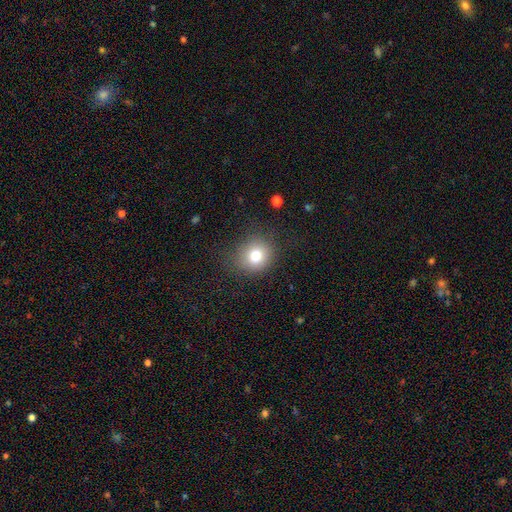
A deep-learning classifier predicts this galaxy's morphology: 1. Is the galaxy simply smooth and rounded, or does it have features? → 77% smooth, 13% star or artifact, 11% featured or disk.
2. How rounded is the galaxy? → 80% round, 19% in between, 1% cigar-shaped.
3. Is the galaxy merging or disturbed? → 79% none, 13% minor disturbance, 6% major disturbance, 1% merger.